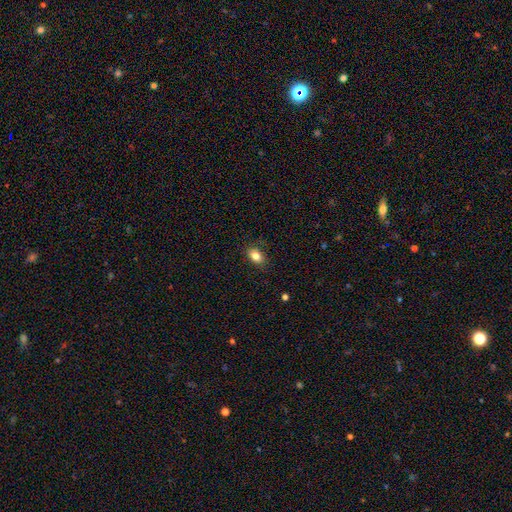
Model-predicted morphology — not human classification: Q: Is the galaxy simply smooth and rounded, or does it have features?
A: smooth — 84%.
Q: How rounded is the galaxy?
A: in between — 79%.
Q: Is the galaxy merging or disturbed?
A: none — 85%.